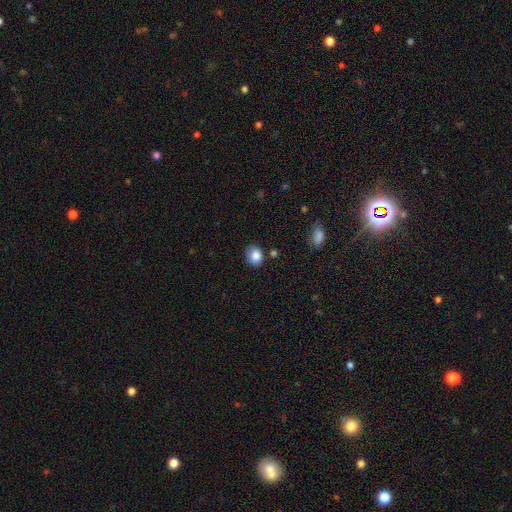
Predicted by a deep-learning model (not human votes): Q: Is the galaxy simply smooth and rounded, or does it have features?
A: smooth — 85%.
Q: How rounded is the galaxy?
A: round — 58%.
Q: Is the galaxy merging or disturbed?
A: none — 78%.